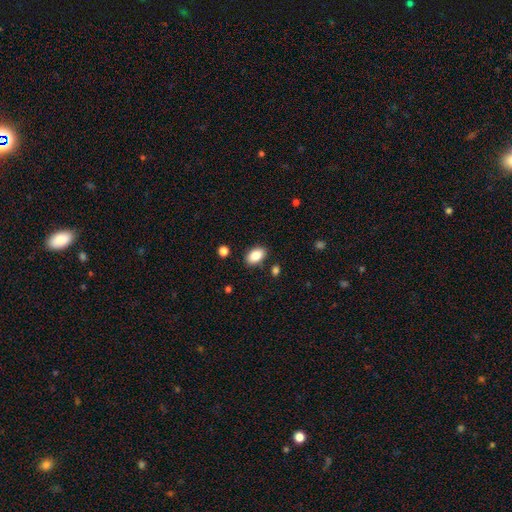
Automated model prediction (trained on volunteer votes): Q: Smooth or featured?
A: smooth (86%); runner-up: star or artifact (8%)
Q: How rounded?
A: in between (91%); runner-up: round (8%)
Q: Merging?
A: none (85%); runner-up: minor disturbance (10%)